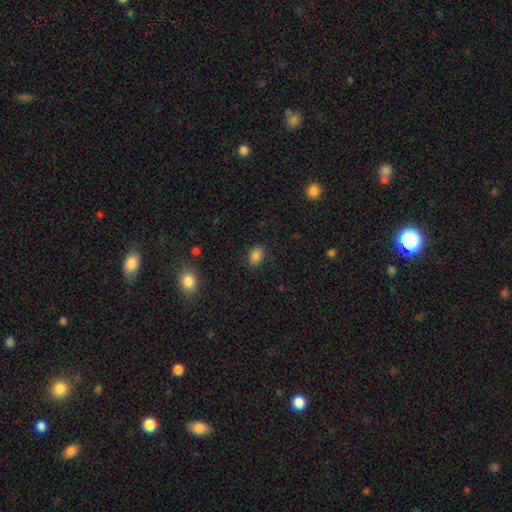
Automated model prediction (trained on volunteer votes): This appears to be a smooth galaxy with no disk features (85%) that is in between round and cigar-shaped (79%). Merging: none (85%).